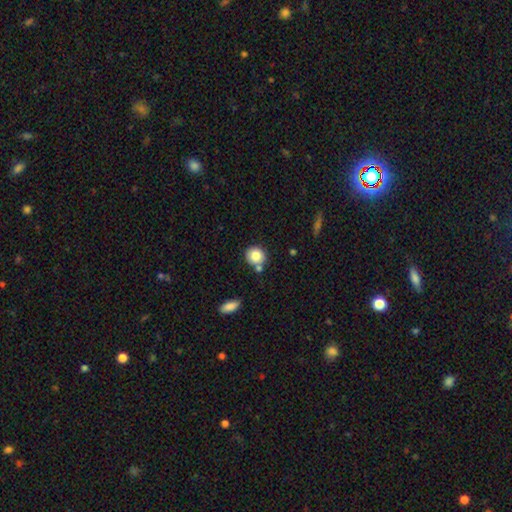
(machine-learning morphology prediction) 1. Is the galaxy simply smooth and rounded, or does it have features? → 82% smooth, 9% featured or disk, 9% star or artifact.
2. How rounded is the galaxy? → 86% round, 13% in between, 1% cigar-shaped.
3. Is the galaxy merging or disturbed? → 70% none, 15% merger, 11% minor disturbance, 3% major disturbance.